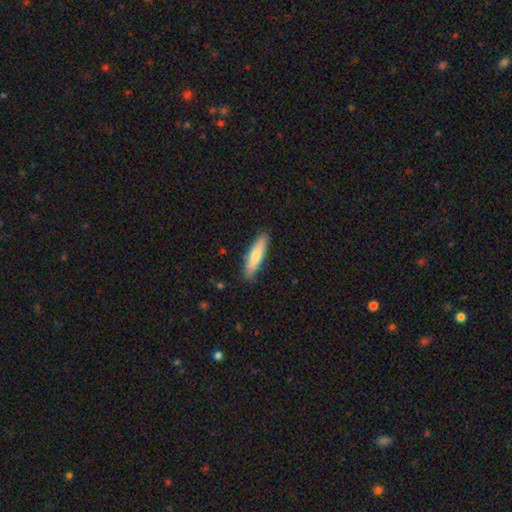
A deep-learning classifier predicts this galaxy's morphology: A smooth galaxy with no disk features (75%) that is cigar-shaped (73%). Merging: none (85%).